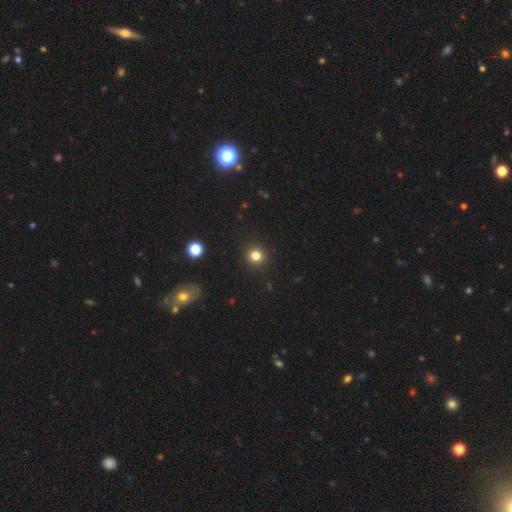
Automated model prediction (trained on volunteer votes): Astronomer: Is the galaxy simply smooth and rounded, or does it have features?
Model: smooth — 81%.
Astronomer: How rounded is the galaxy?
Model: round — 92%.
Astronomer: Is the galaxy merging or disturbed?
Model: none — 92%.